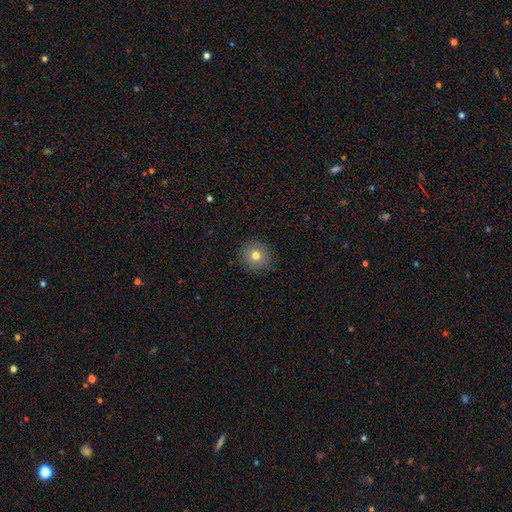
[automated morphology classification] This is likely a smooth galaxy (75%). How rounded: clearly round (94%). Merging: clearly none (90%).